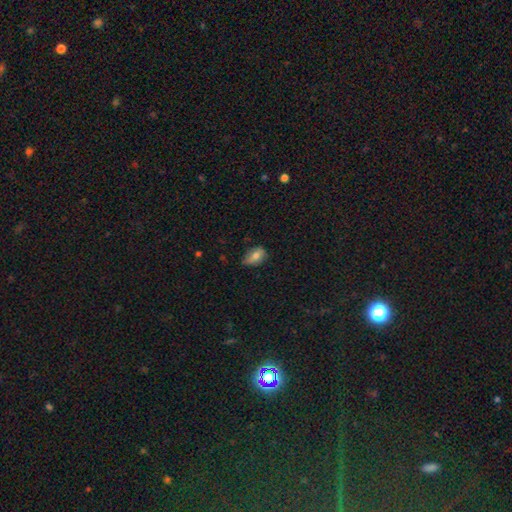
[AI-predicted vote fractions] This is likely a smooth galaxy (72%). How rounded: clearly in between (86%). Merging: possibly none (60%).